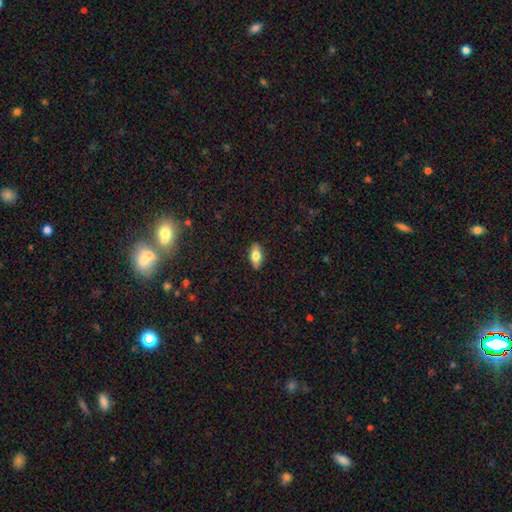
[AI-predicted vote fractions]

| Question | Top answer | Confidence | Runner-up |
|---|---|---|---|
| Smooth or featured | smooth | 74% | featured or disk (19%) |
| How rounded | in between | 86% | cigar-shaped (10%) |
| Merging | none | 88% | minor disturbance (9%) |